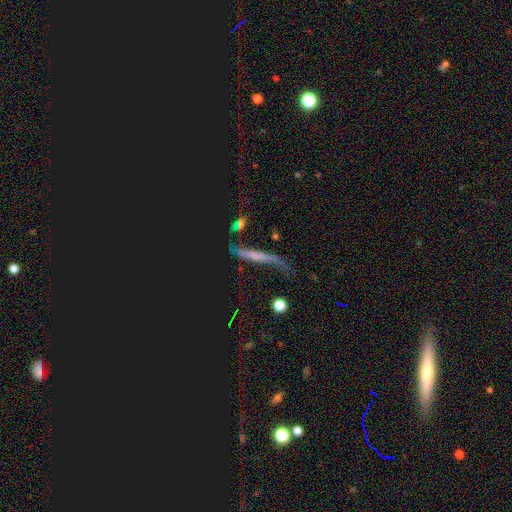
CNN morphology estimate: A featured or disk galaxy (39%). Merging: none (43%).